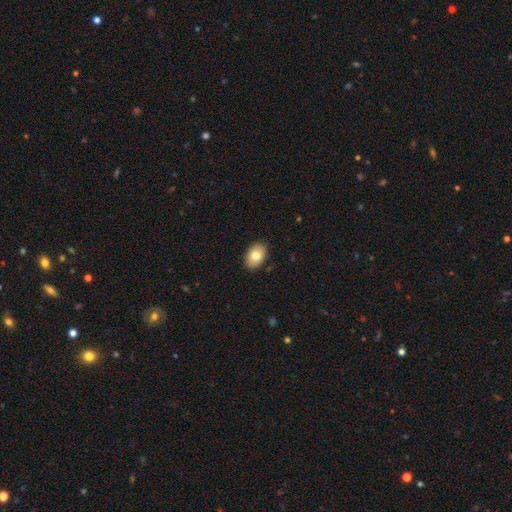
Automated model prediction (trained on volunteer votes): This appears to be a smooth galaxy with no disk features (80%) that is in between round and cigar-shaped (84%). Merging: none (88%).